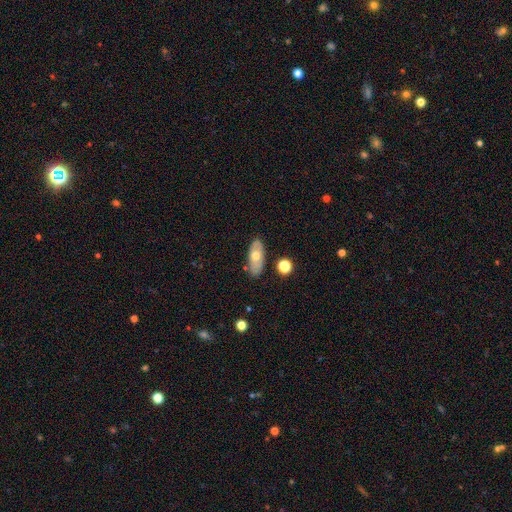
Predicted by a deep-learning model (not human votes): This appears to be a smooth galaxy with no disk features (53%) that is in between round and cigar-shaped (86%). Merging: none (81%).